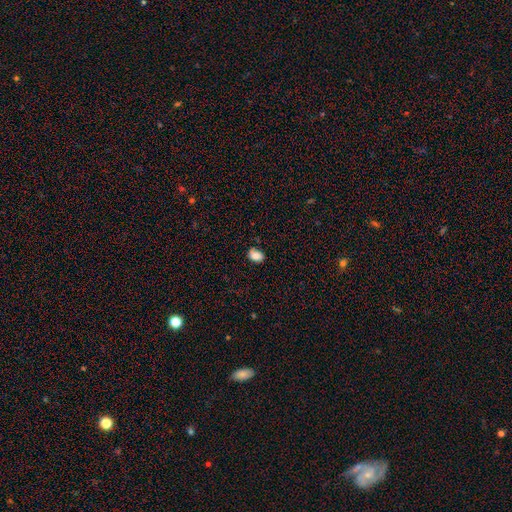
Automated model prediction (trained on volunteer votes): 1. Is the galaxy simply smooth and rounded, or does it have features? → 85% smooth, 9% star or artifact, 6% featured or disk.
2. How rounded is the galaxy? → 73% in between, 26% round, 1% cigar-shaped.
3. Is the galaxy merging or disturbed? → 76% none, 19% minor disturbance, 3% major disturbance, 2% merger.